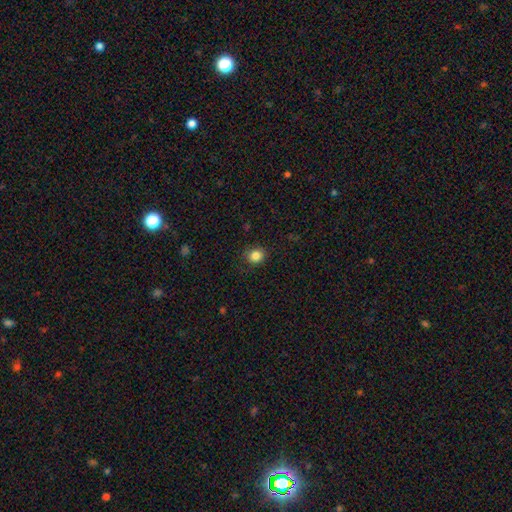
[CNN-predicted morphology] A smooth galaxy with no disk features (84%) that is round (80%).

Vote fractions:
- Smooth or featured? smooth: 84% / star or artifact: 11% / featured or disk: 5%
- How rounded? round: 80% / in between: 20% / cigar-shaped: 1%
- Merging? none: 86% / minor disturbance: 10% / major disturbance: 3% / merger: 1%